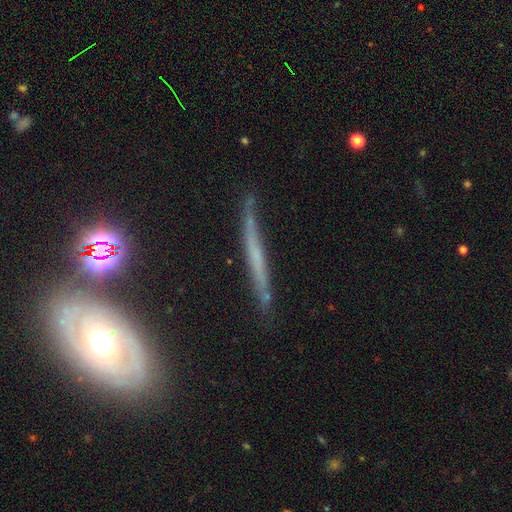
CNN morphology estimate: This appears to be a featured or disk galaxy (59%) viewed edge-on (88%) with no central bulge (79%). Merging: none (75%).